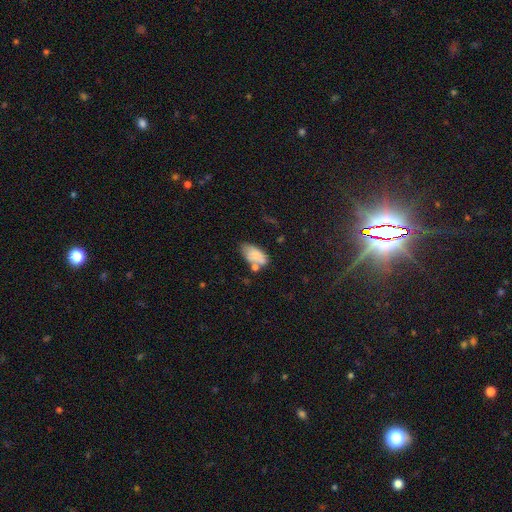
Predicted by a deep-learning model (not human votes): Q: Smooth or featured?
A: smooth (75%); runner-up: featured or disk (16%)
Q: How rounded?
A: in between (93%); runner-up: round (4%)
Q: Merging?
A: none (45%); runner-up: minor disturbance (25%)